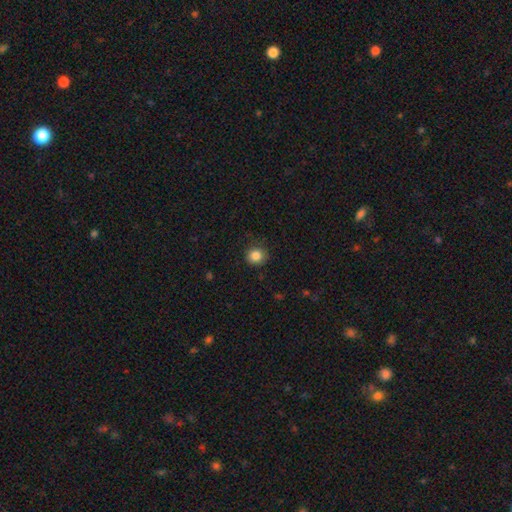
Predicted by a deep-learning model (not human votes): Smooth or featured: smooth — 85% (star or artifact — 11%)
How rounded: round — 91% (in between — 8%)
Merging: none — 85% (minor disturbance — 11%)